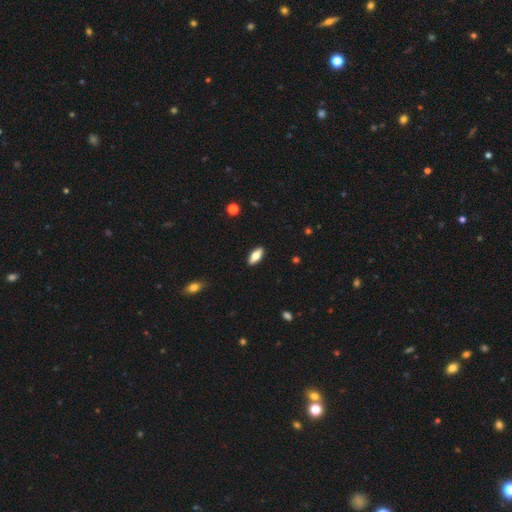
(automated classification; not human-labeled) smooth_or_featured: smooth (p=0.72) [alt: featured or disk p=0.21]
how_rounded: in between (p=0.80) [alt: cigar-shaped p=0.17]
merging: none (p=0.90) [alt: minor disturbance p=0.07]